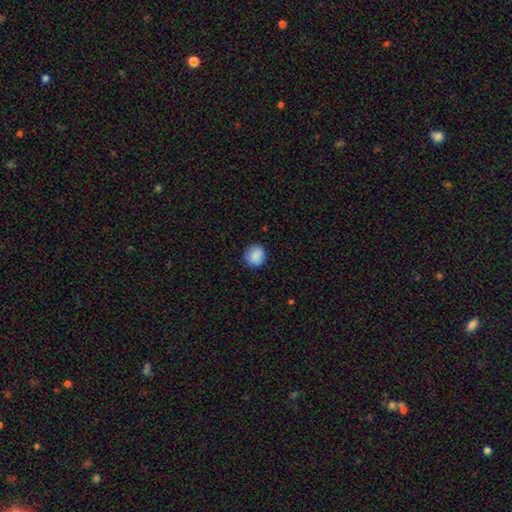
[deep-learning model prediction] A smooth galaxy with no disk features (88%) that is round (87%).

Vote fractions:
- Smooth or featured? smooth: 88% / star or artifact: 8% / featured or disk: 4%
- How rounded? round: 87% / in between: 12% / cigar-shaped: 1%
- Merging? none: 86% / minor disturbance: 10% / major disturbance: 2% / merger: 1%